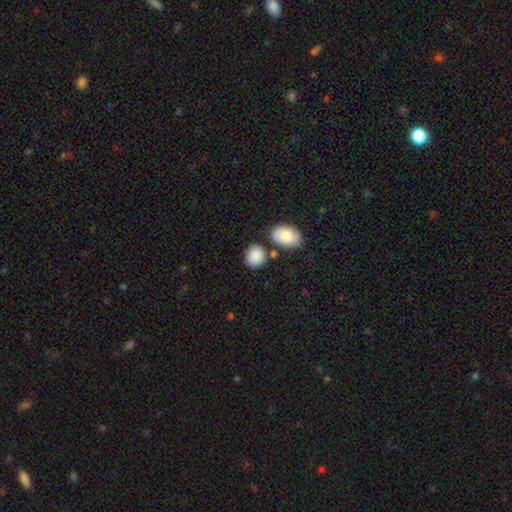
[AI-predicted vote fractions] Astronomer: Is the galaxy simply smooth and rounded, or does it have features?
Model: smooth — 88%.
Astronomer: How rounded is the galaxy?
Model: round — 57% (runner-up: in between, 41%).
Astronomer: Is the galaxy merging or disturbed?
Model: none — 70%.